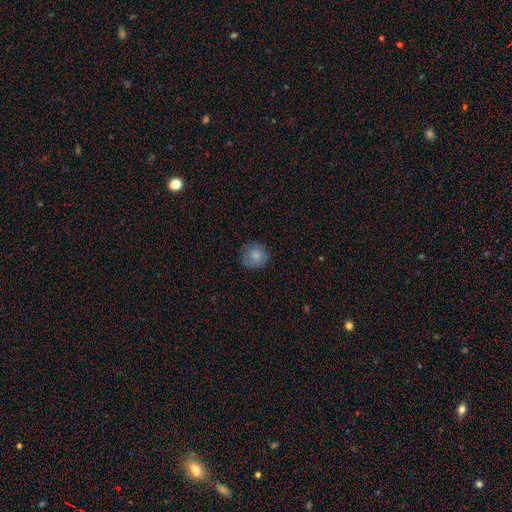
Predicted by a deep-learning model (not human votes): Morphology: type=smooth (82%); roundness=round (91%); merging=none (82%).